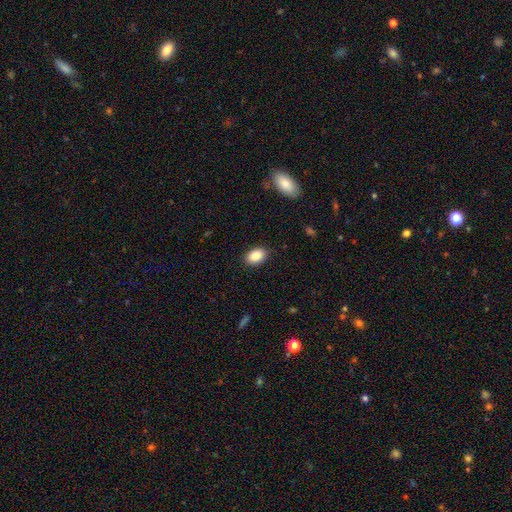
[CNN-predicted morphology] Smooth or featured? smooth (89%)
How rounded? in between (88%)
Merging? none (87%)